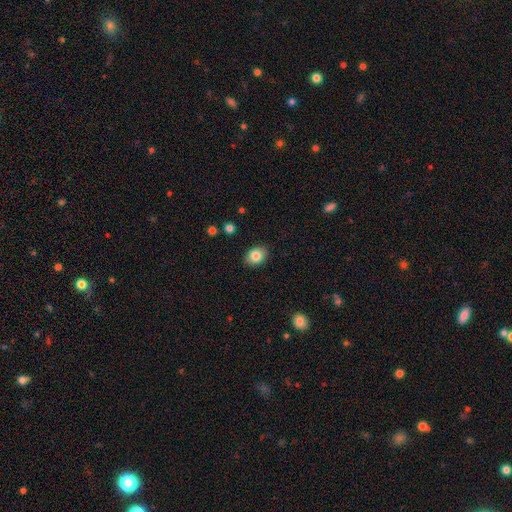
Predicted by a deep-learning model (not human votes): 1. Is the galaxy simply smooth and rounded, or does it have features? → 84% smooth, 8% star or artifact, 7% featured or disk.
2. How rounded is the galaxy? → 69% in between, 30% round, 1% cigar-shaped.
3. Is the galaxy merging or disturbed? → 88% none, 9% minor disturbance, 2% major disturbance, 1% merger.